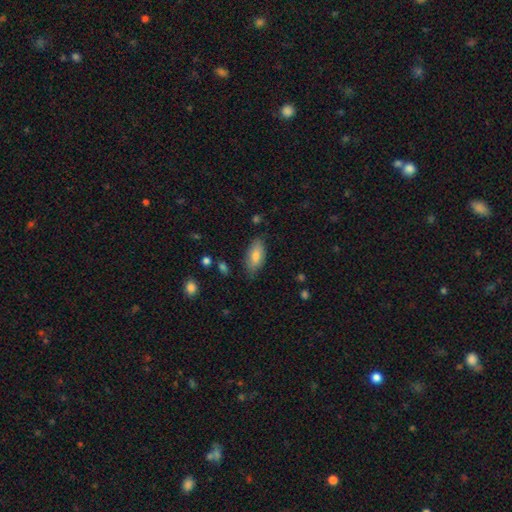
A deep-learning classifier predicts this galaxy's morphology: Overall: smooth (78%). How rounded: in between (88%). Merging: none (79%).